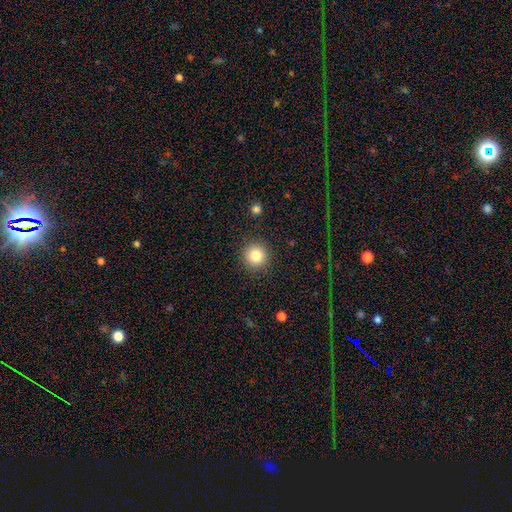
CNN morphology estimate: type=smooth (83%); roundness=round (94%); merging=none (90%).